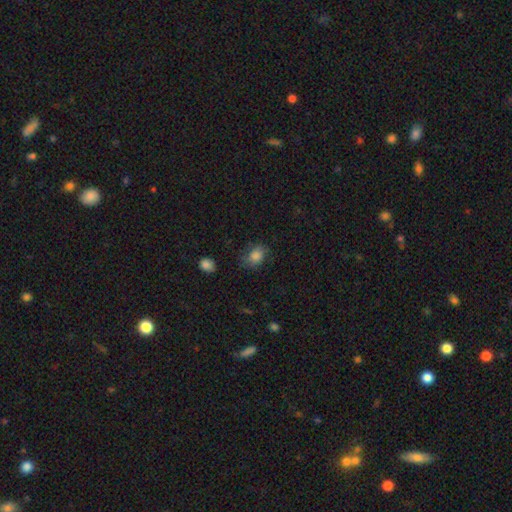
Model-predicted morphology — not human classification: The model was most divided on "how rounded": in between: 63%, round: 36%, cigar-shaped: 1%. More confident: smooth or featured — smooth (83%); merging — none (66%).